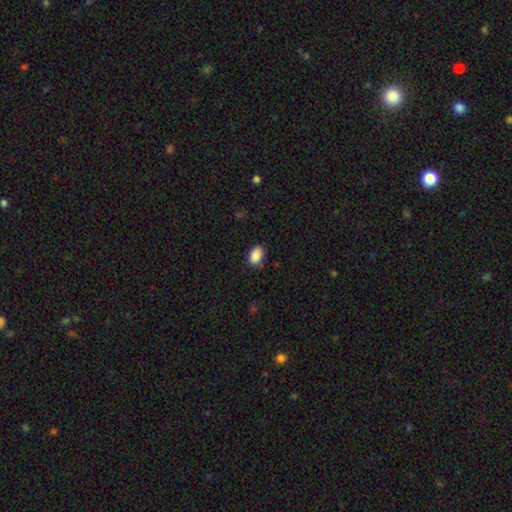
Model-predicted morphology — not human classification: This appears to be a smooth galaxy with no disk features (89%) that is in between round and cigar-shaped (87%). Merging: none (82%).